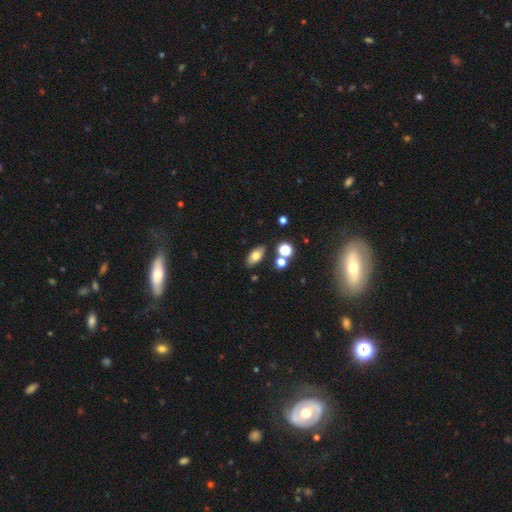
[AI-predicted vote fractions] Smooth or featured: smooth — 71% (featured or disk — 18%)
How rounded: in between — 87% (round — 7%)
Merging: none — 81% (minor disturbance — 10%)